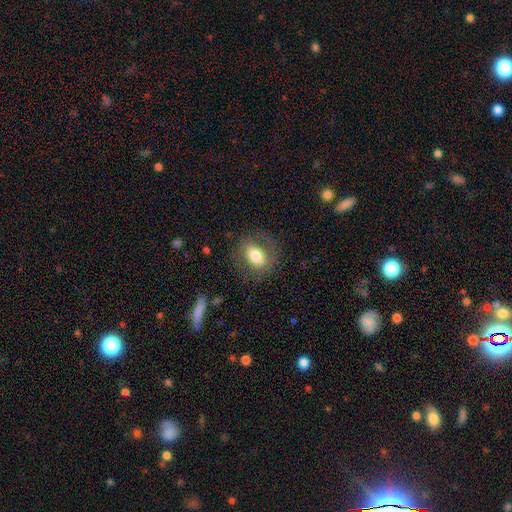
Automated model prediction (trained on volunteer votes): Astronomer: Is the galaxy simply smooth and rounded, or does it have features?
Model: smooth — 66%.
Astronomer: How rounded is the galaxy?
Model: in between — 64%.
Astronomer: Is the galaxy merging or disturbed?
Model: none — 74%.